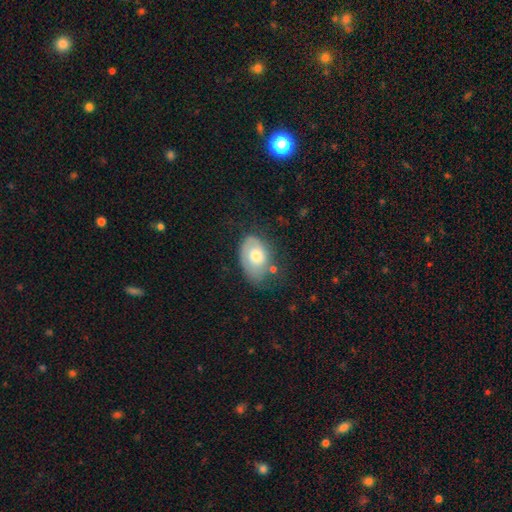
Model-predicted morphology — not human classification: smooth-or-featured: smooth: 62% | featured or disk: 31% | star or artifact: 7%
  how-rounded: in between: 86% | round: 13% | cigar-shaped: 1%
  merging: none: 46% | minor disturbance: 33% | major disturbance: 15% | merger: 5%